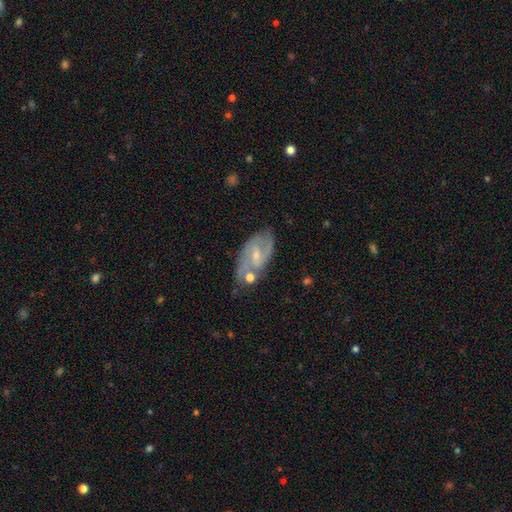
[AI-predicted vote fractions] A featured or disk galaxy (81%) with a weak bar (52%), 2 (82%) medium (51%) spiral arms (92%) and a small central bulge (66%).

Vote fractions:
- Smooth or featured? featured or disk: 81% / smooth: 13% / star or artifact: 6%
- Edge-on disk? no: 95% / yes: 5%
- Bar? weak: 52% / strong: 27% / no: 21%
- Spiral arms? yes: 92% / no: 8%
- Spiral winding? medium: 51% / tight: 26% / loose: 22%
- Spiral arm count? 2: 82% / can't tell: 9% / 3: 4% / 1: 2% / 4: 1% / more than 4: 1%
- Bulge size? small: 66% / moderate: 27% / none: 5% / large: 1% / dominant: 1%
- Merging? none: 63% / minor disturbance: 20% / merger: 10% / major disturbance: 7%